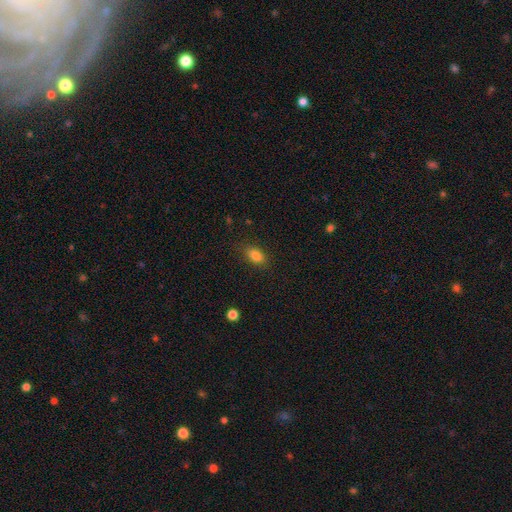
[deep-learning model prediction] Morphology: type=smooth (85%); roundness=in between (86%); merging=none (84%).